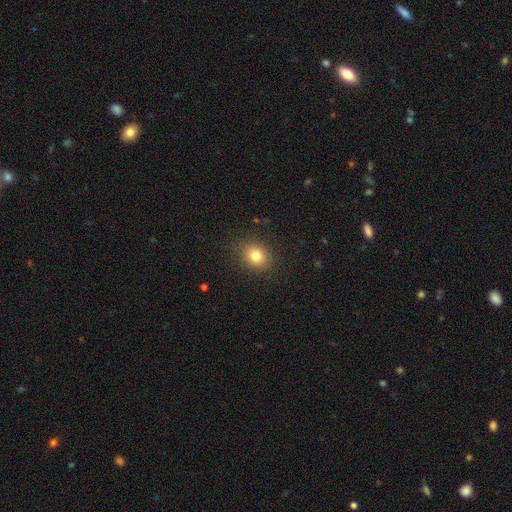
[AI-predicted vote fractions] smooth_or_featured: smooth (p=0.81) [alt: star or artifact p=0.12]
how_rounded: round (p=0.58) [alt: in between p=0.41]
merging: none (p=0.87) [alt: minor disturbance p=0.09]